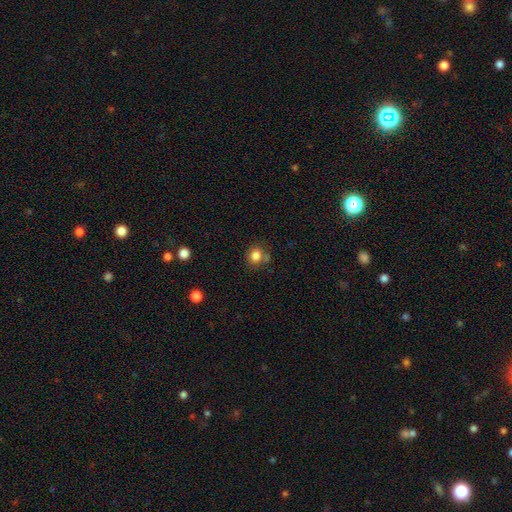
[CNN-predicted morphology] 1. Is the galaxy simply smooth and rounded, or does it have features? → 82% smooth, 11% star or artifact, 7% featured or disk.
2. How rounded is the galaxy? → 76% round, 23% in between, 1% cigar-shaped.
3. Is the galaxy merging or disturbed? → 69% none, 14% minor disturbance, 13% merger, 4% major disturbance.